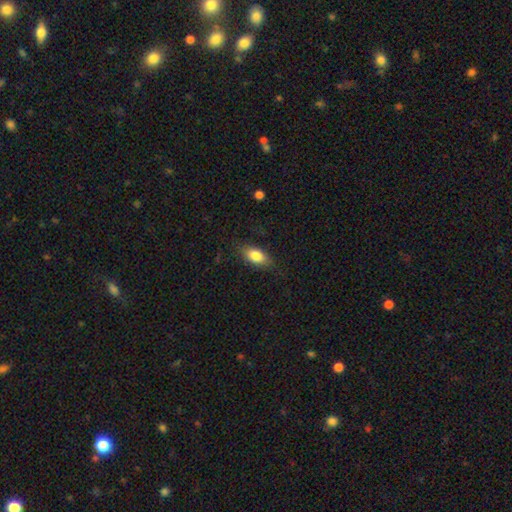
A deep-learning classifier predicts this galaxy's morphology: Smooth or featured: smooth — 81% (featured or disk — 11%)
How rounded: in between — 86% (cigar-shaped — 10%)
Merging: none — 82% (minor disturbance — 14%)